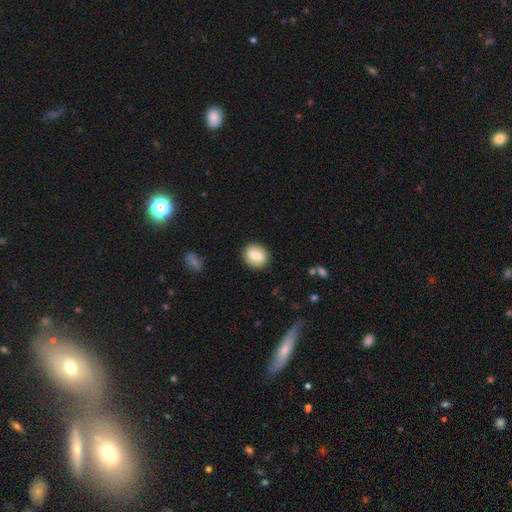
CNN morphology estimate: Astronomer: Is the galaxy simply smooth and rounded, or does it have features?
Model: smooth — 72%.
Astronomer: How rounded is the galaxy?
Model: round — 55% (runner-up: in between, 43%).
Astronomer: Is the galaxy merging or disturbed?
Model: none — 87%.